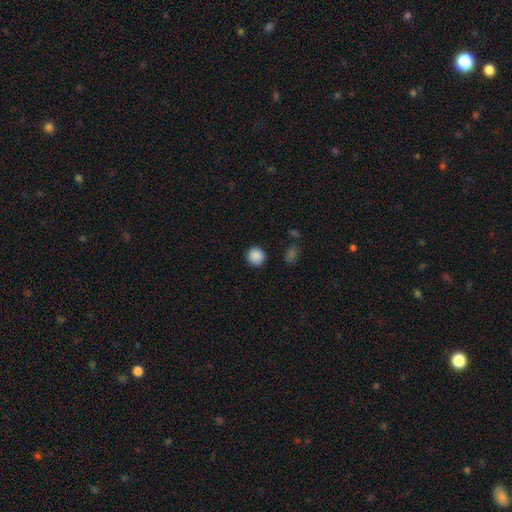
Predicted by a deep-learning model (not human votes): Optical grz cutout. It shows a smooth galaxy with no disk features (88%) that is round (93%). Merging: none (90%).